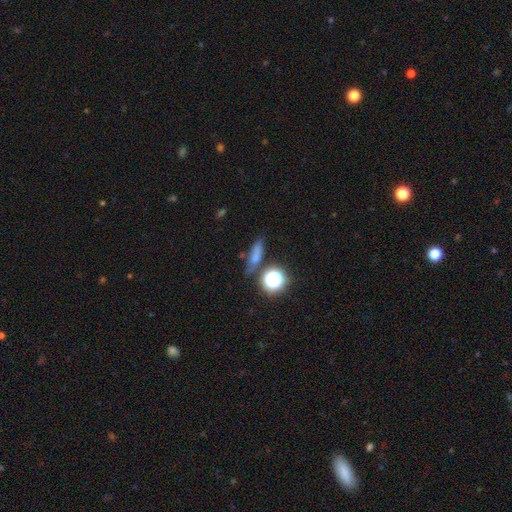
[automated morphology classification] Smooth or featured?
  - smooth: 65% *
  - star or artifact: 20%
  - featured or disk: 15%
How rounded?
  - cigar-shaped: 52% *
  - in between: 29%
  - round: 19%
Merging?
  - none: 69% *
  - minor disturbance: 17%
  - merger: 8%
  - major disturbance: 6%